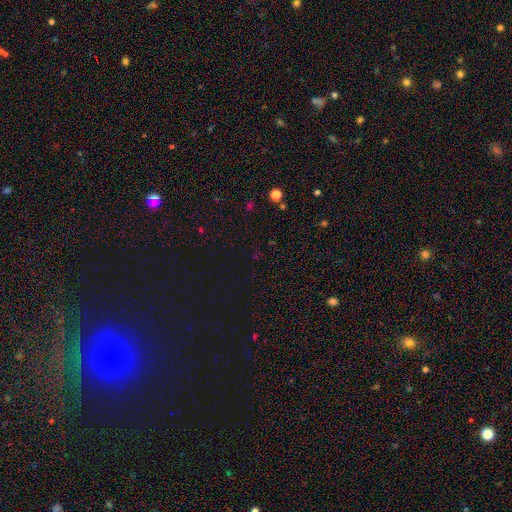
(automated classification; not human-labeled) Q: Smooth or featured?
A: star or artifact (67%); runner-up: smooth (26%)